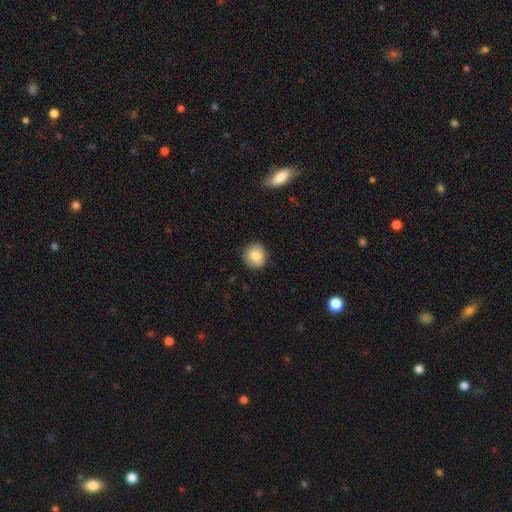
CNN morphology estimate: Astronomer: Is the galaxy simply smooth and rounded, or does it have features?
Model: smooth — 84%.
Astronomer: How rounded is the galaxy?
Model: round — 88%.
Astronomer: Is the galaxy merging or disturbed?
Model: none — 86%.